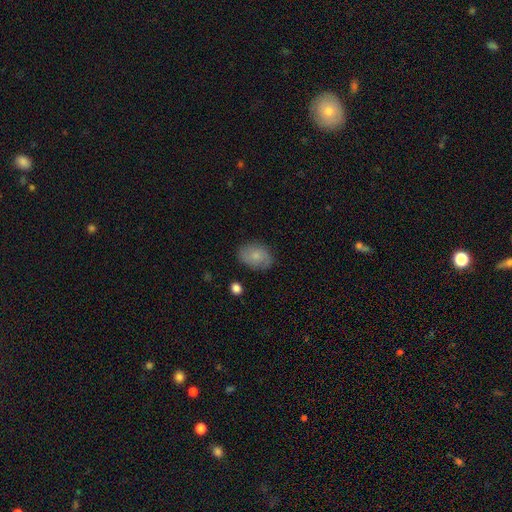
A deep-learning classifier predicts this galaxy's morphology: smooth 67%, featured or disk 25%, star or artifact 8%. Down the decision tree: how rounded — in between (75%); merging — none (77%).